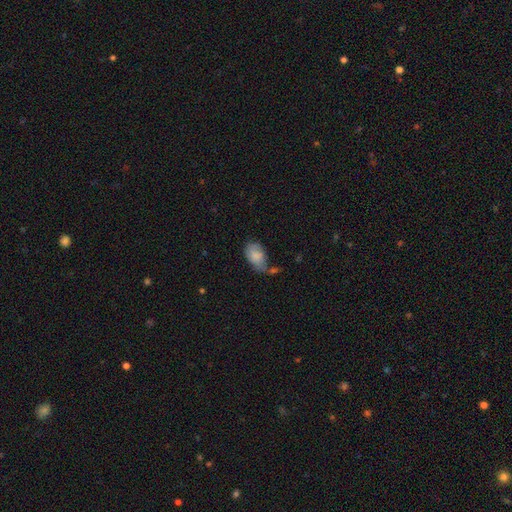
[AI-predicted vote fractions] A smooth galaxy with no disk features (80%) that is in between round and cigar-shaped (91%).

Vote fractions:
- Smooth or featured? smooth: 80% / featured or disk: 13% / star or artifact: 7%
- How rounded? in between: 91% / round: 8% / cigar-shaped: 2%
- Merging? none: 38% / minor disturbance: 33% / merger: 15% / major disturbance: 14%